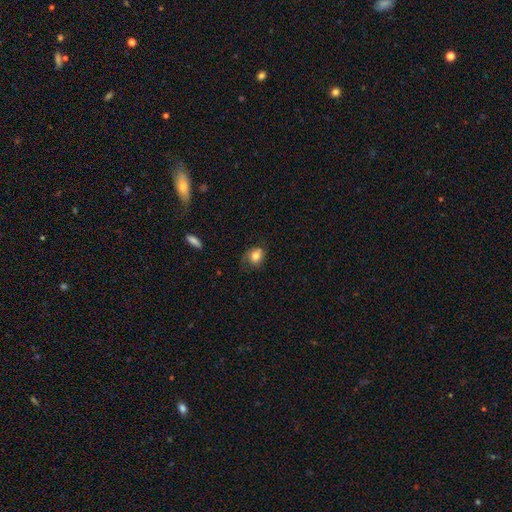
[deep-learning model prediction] smooth-or-featured: smooth: 75% | featured or disk: 15% | star or artifact: 9%
  how-rounded: round: 58% | in between: 41% | cigar-shaped: 1%
  merging: none: 58% | minor disturbance: 28% | major disturbance: 13% | merger: 2%